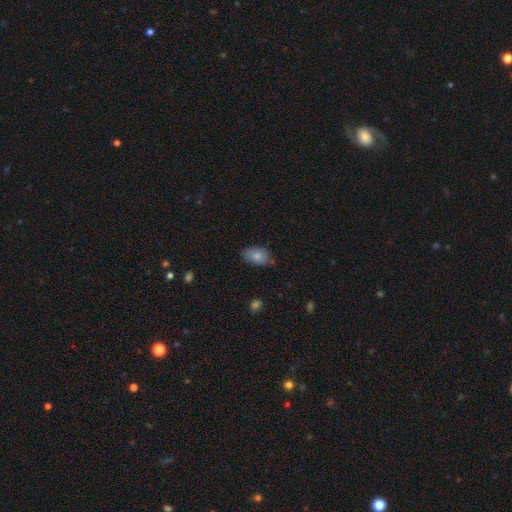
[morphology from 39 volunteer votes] type=smooth (85%); roundness=in between (88%); merging=none (92%).